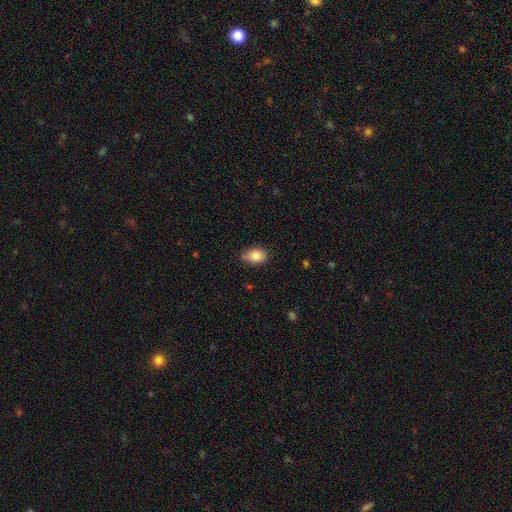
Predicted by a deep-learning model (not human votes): This is clearly a smooth galaxy (85%). How rounded: likely in between (76%). Merging: likely none (71%).